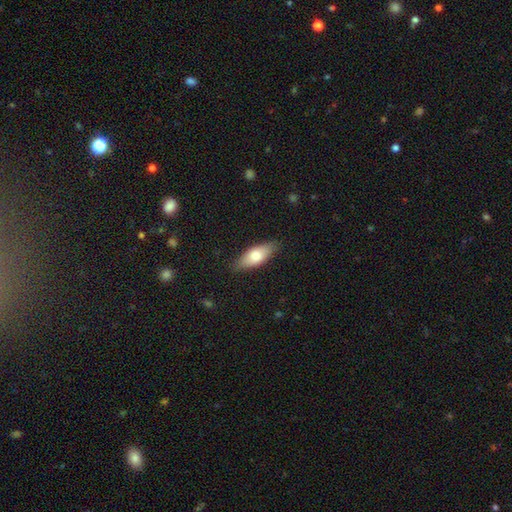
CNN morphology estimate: The model was most divided on "smooth or featured": smooth: 72%, featured or disk: 23%, star or artifact: 6%. More confident: merging — none (84%); how rounded — in between (77%).